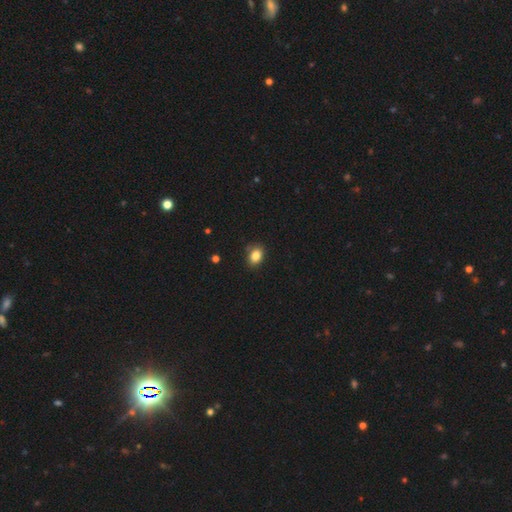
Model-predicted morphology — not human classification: Q: Smooth or featured?
A: smooth (85%); runner-up: star or artifact (10%)
Q: How rounded?
A: in between (69%); runner-up: round (30%)
Q: Merging?
A: none (82%); runner-up: minor disturbance (13%)